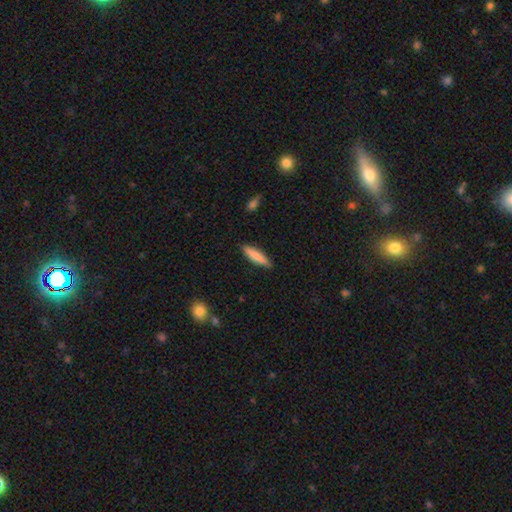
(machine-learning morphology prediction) smooth_or_featured: smooth (p=0.78) [alt: featured or disk p=0.16]
how_rounded: cigar-shaped (p=0.79) [alt: in between p=0.19]
merging: none (p=0.87) [alt: minor disturbance p=0.10]